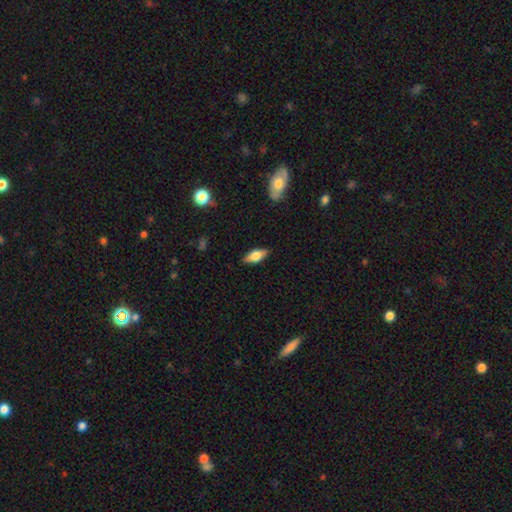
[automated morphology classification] smooth_or_featured: smooth (p=0.58) [alt: featured or disk p=0.35]
how_rounded: in between (p=0.77) [alt: cigar-shaped p=0.19]
merging: none (p=0.86) [alt: minor disturbance p=0.11]